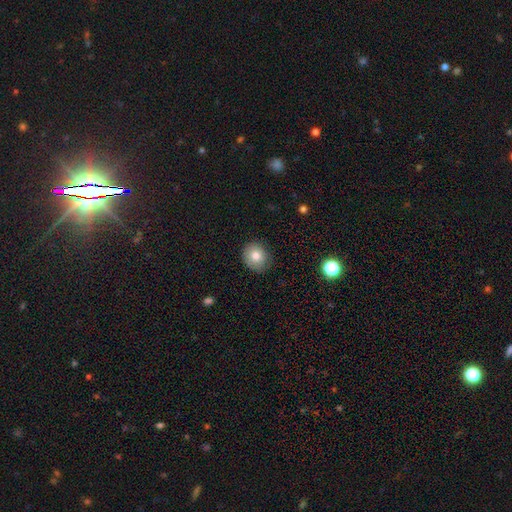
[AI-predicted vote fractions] Q: Smooth or featured?
A: smooth (79%); runner-up: featured or disk (11%)
Q: How rounded?
A: round (75%); runner-up: in between (25%)
Q: Merging?
A: none (86%); runner-up: minor disturbance (11%)